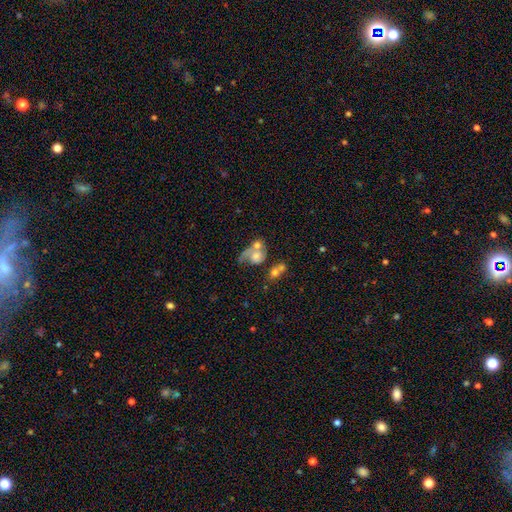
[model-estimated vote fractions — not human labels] Smooth or featured?
  - featured or disk: 48% *
  - smooth: 42%
  - star or artifact: 10%
Merging?
  - merger: 47% *
  - major disturbance: 23%
  - none: 19%
  - minor disturbance: 11%